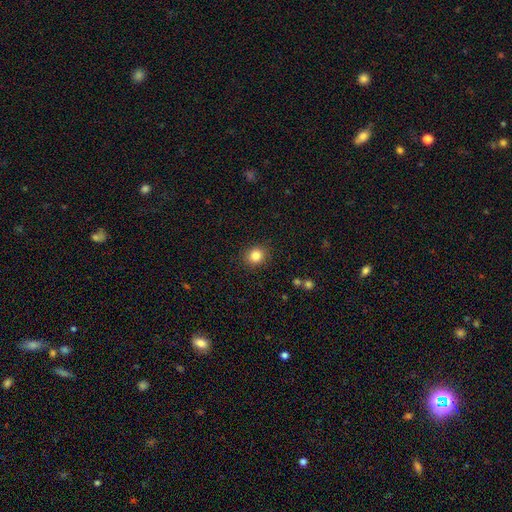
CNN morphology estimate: Q: Smooth or featured?
A: smooth (84%); runner-up: star or artifact (11%)
Q: How rounded?
A: round (75%); runner-up: in between (24%)
Q: Merging?
A: none (90%); runner-up: minor disturbance (7%)